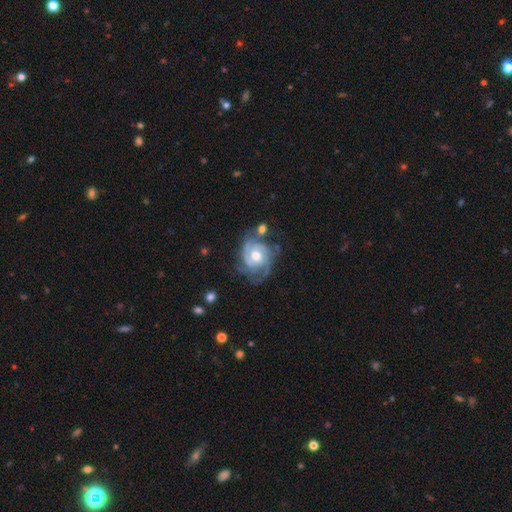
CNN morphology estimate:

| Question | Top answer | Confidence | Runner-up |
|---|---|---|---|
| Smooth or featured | featured or disk | 88% | smooth (7%) |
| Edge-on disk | no | 98% | yes (2%) |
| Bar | no | 67% | weak (27%) |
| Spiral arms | yes | 97% | no (3%) |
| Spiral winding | tight | 58% | medium (35%) |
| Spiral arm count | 3 | 38% | 2 (32%) |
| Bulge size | moderate | 73% | small (14%) |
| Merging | none | 62% | minor disturbance (22%) |